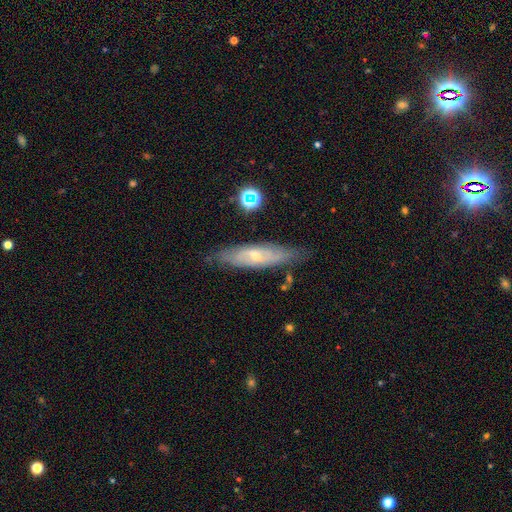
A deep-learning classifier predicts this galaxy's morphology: Smooth or featured? Predicted: featured or disk (p=0.63). Edge-on disk? Predicted: no (p=0.62). Merging? Predicted: none (p=0.76).